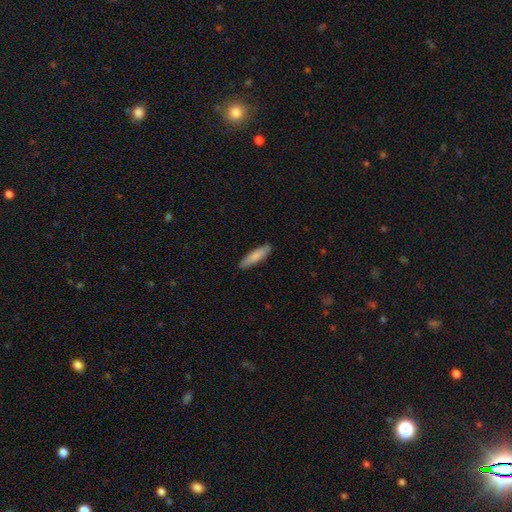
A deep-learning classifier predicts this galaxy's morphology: Smooth or featured? smooth (82%)
How rounded? cigar-shaped (73%)
Merging? none (89%)